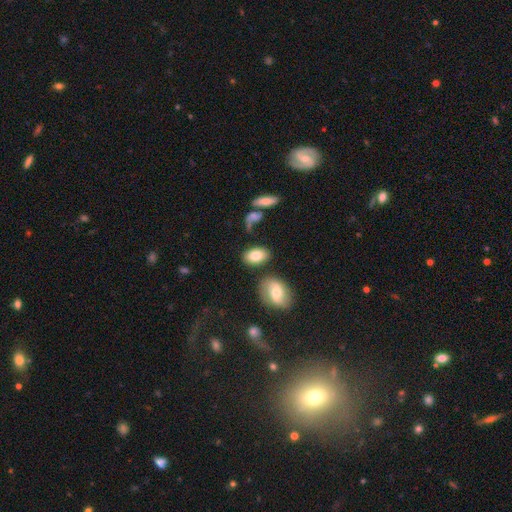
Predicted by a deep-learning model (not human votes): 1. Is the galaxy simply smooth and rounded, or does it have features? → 79% smooth, 13% featured or disk, 8% star or artifact.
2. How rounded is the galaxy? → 89% in between, 9% round, 2% cigar-shaped.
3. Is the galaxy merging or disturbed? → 74% none, 14% minor disturbance, 8% merger, 4% major disturbance.